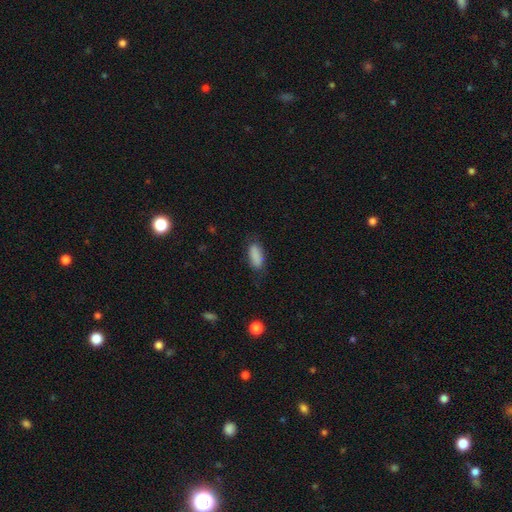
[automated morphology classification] A smooth galaxy with no disk features (86%) that is in between round and cigar-shaped (78%).

Vote fractions:
- Smooth or featured? smooth: 86% / star or artifact: 7% / featured or disk: 6%
- How rounded? in between: 78% / cigar-shaped: 19% / round: 2%
- Merging? none: 73% / minor disturbance: 19% / major disturbance: 6% / merger: 2%